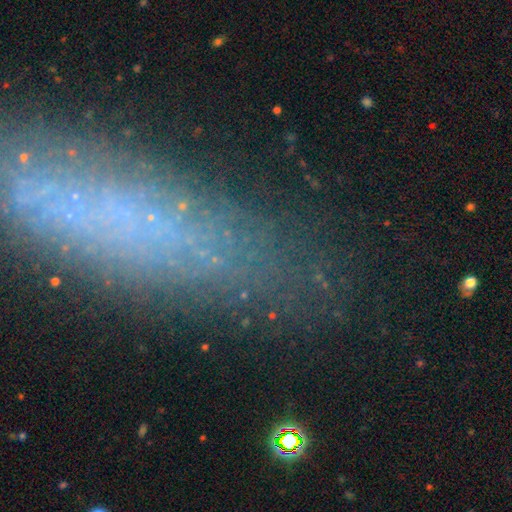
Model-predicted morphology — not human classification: type=featured or disk (36%); merging=none (79%).